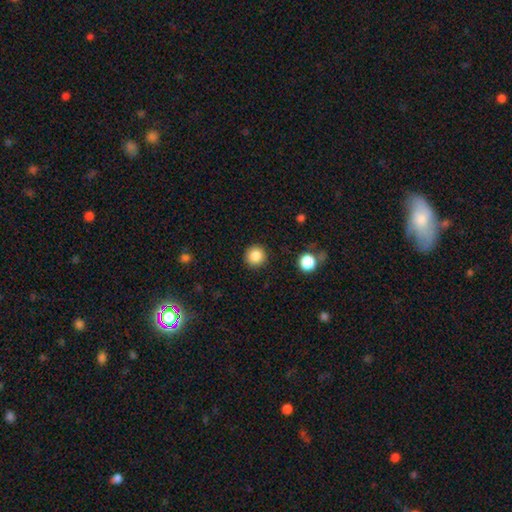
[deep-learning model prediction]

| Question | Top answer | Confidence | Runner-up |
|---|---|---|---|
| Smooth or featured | smooth | 85% | star or artifact (10%) |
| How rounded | round | 95% | in between (4%) |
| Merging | none | 91% | minor disturbance (5%) |